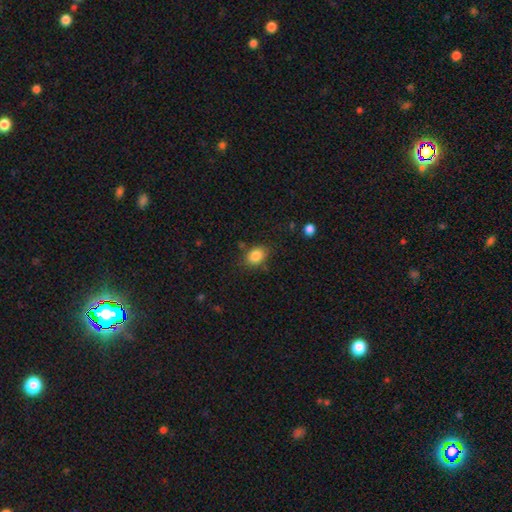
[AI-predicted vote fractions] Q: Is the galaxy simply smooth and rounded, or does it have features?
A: smooth — 85%.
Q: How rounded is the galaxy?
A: in between — 66%.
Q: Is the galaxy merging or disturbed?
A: none — 78%.